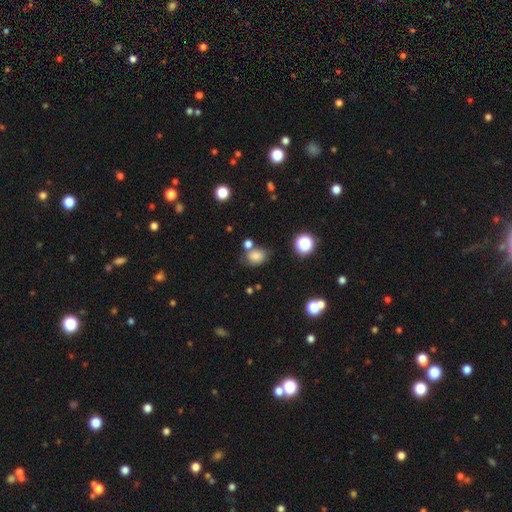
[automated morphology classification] type=smooth (77%); roundness=in between (58%); merging=none (58%).